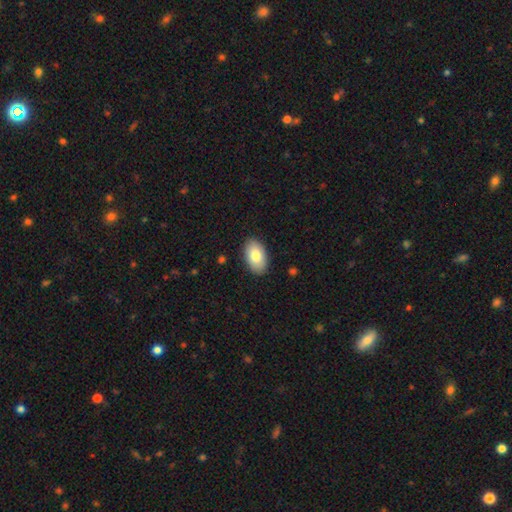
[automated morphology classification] Smooth or featured: smooth — 81% (featured or disk — 13%)
How rounded: in between — 95% (round — 4%)
Merging: none — 89% (minor disturbance — 8%)